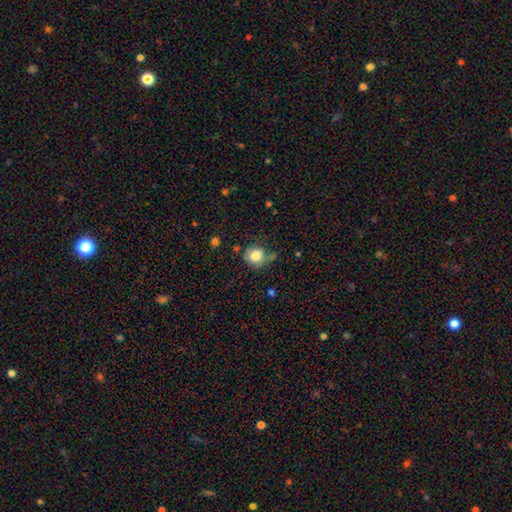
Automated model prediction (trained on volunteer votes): Overall: smooth (83%). How rounded: round (73%). Merging: none (63%; minor disturbance 24%).